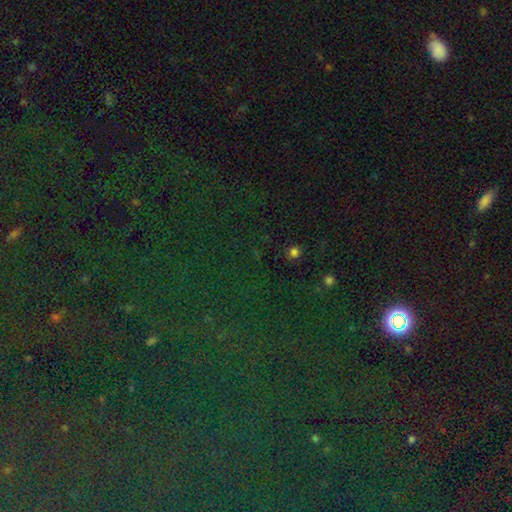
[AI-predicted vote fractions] star or artifact 80%, smooth 12%, featured or disk 8%.